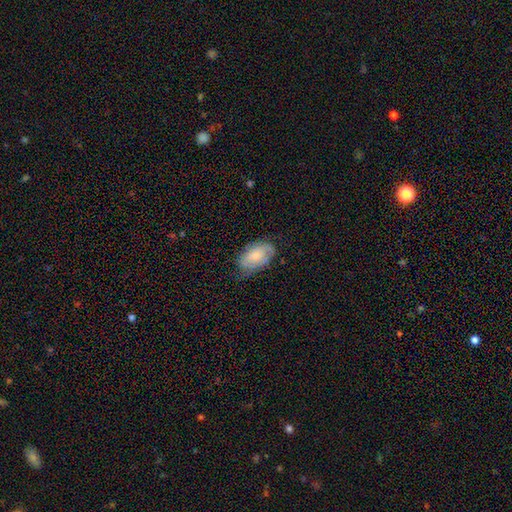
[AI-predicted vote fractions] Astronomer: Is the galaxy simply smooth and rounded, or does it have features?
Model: smooth — 59%.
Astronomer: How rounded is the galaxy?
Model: in between — 92%.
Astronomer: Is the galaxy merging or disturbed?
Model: none — 58%.